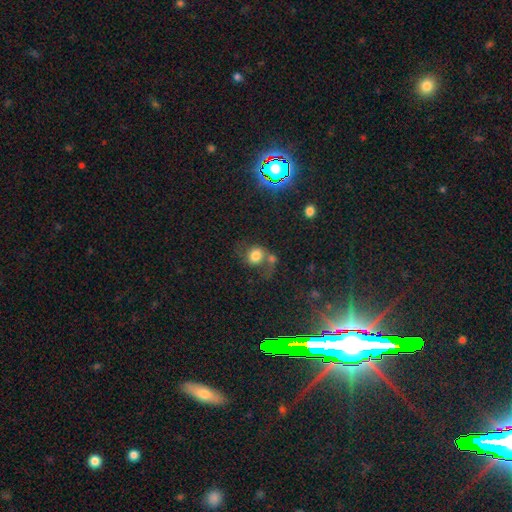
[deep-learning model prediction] A smooth galaxy with no disk features (63%) that is round (70%). Merging: none (35%).